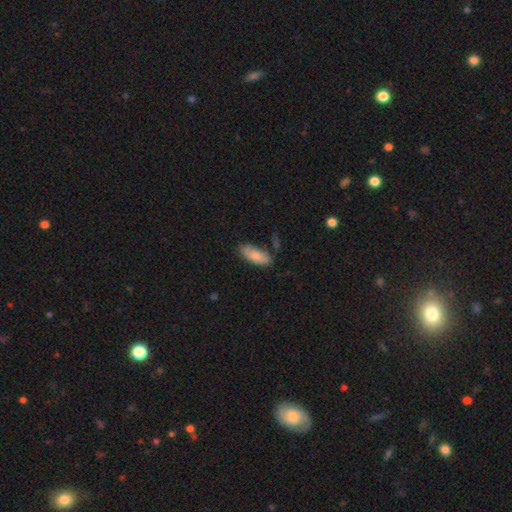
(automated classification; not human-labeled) Smooth or featured?
  - smooth: 84% *
  - featured or disk: 10%
  - star or artifact: 6%
How rounded?
  - in between: 81% *
  - cigar-shaped: 17%
  - round: 2%
Merging?
  - none: 71% *
  - minor disturbance: 20%
  - merger: 5%
  - major disturbance: 4%